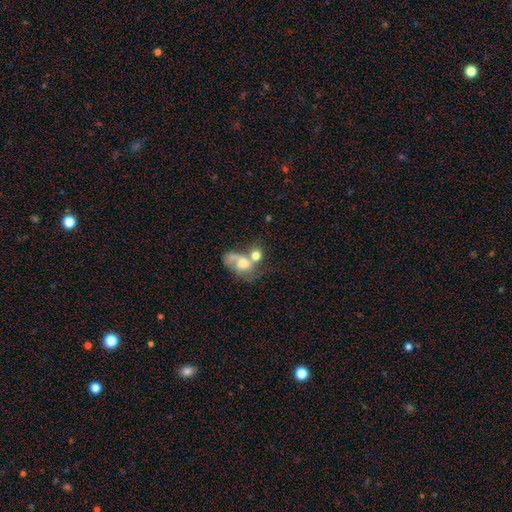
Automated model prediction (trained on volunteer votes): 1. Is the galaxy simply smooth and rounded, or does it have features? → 59% smooth, 31% featured or disk, 10% star or artifact.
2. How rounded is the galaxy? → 53% round, 45% in between, 2% cigar-shaped.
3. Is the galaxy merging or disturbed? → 65% merger, 17% none, 11% major disturbance, 7% minor disturbance.